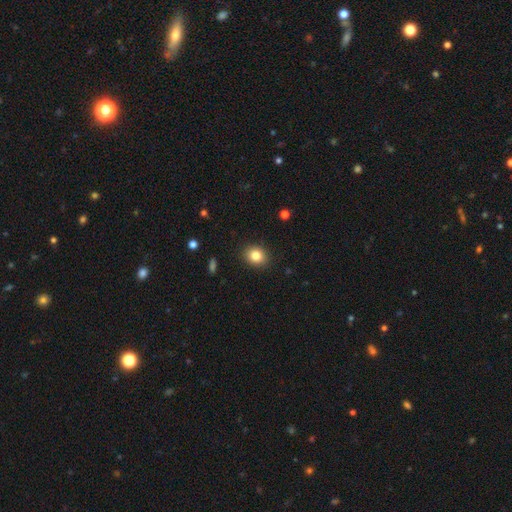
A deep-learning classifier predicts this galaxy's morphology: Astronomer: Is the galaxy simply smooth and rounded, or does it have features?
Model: smooth — 83%.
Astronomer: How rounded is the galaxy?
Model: round — 65%.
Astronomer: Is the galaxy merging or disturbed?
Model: none — 90%.